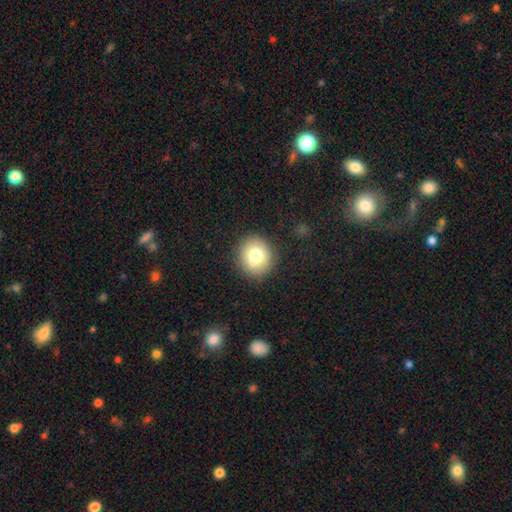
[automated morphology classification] smooth_or_featured: smooth (p=0.73) [alt: featured or disk p=0.16]
how_rounded: round (p=0.85) [alt: in between p=0.14]
merging: none (p=0.81) [alt: minor disturbance p=0.11]